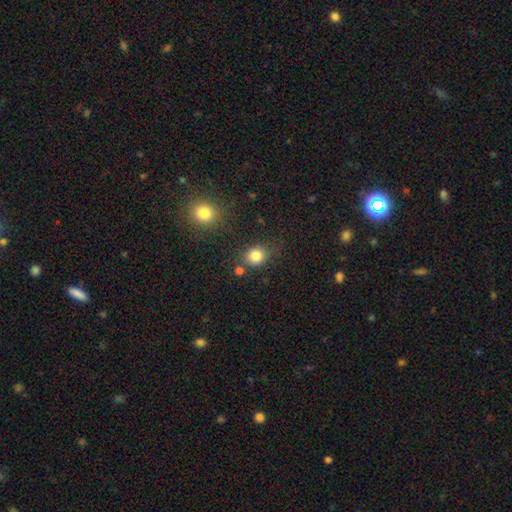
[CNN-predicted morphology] Smooth or featured? Predicted: smooth (p=0.82). How rounded? Predicted: round (p=0.74). Merging? Predicted: none (p=0.75).